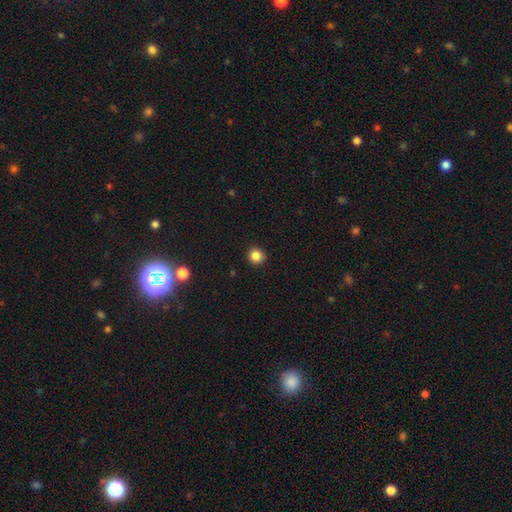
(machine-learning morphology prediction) Smooth or featured: smooth — 85% (star or artifact — 11%)
How rounded: round — 92% (in between — 8%)
Merging: none — 90% (minor disturbance — 7%)